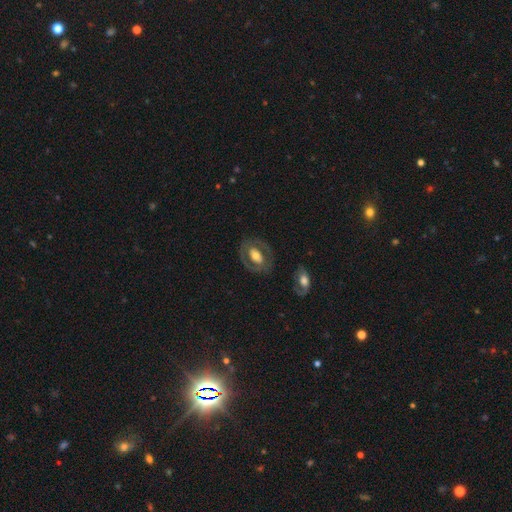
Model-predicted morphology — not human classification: A featured or disk galaxy (55%) with no bar (57%), no spiral arms (73%) and a moderate central bulge (52%).

Vote fractions:
- Smooth or featured? featured or disk: 55% / smooth: 39% / star or artifact: 6%
- Edge-on disk? no: 92% / yes: 8%
- Bar? no: 57% / weak: 25% / strong: 18%
- Spiral arms? no: 73% / yes: 27%
- Bulge size? moderate: 52% / large: 32% / small: 11% / dominant: 3% / none: 2%
- Merging? none: 76% / minor disturbance: 14% / major disturbance: 8% / merger: 2%